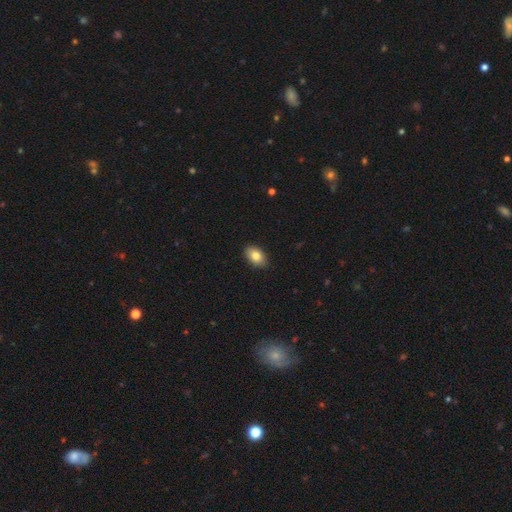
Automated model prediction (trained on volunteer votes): Overall: smooth (84%). How rounded: in between (90%). Merging: none (89%).